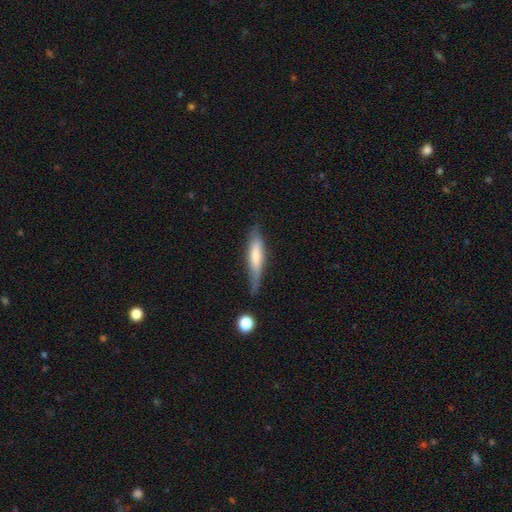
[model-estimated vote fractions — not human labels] Overall: smooth (61%; featured or disk 33%). How rounded: cigar-shaped (80%). Merging: none (60%; minor disturbance 29%).